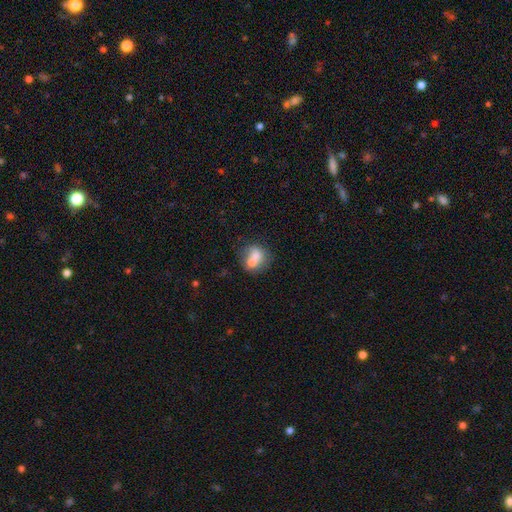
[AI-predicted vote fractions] Q: Smooth or featured?
A: smooth (66%); runner-up: featured or disk (24%)
Q: How rounded?
A: round (67%); runner-up: in between (32%)
Q: Merging?
A: merger (55%); runner-up: none (30%)